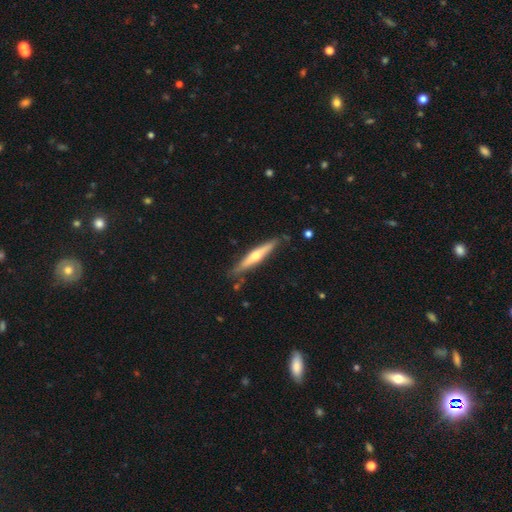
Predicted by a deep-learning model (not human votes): This appears to be a featured or disk galaxy (59%) viewed edge-on (95%) with a rounded central bulge (86%). Merging: none (84%).